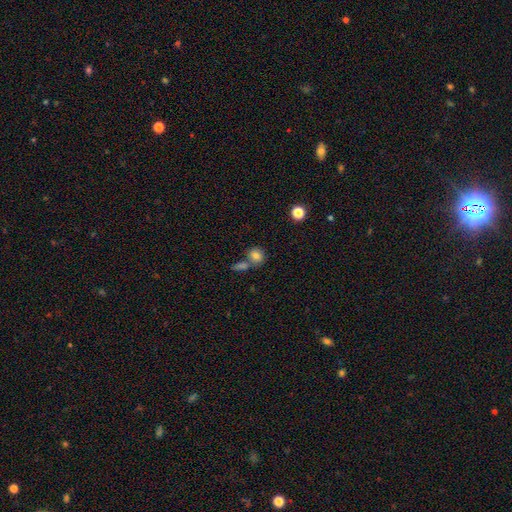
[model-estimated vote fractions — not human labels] Smooth or featured? smooth (81%)
How rounded? round (77%)
Merging? none (56%)